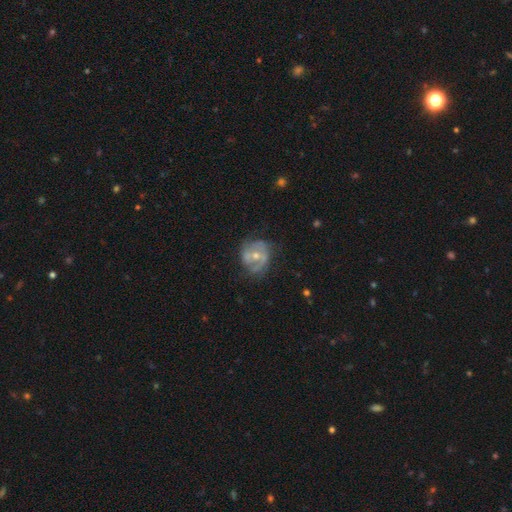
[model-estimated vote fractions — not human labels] Q: Smooth or featured?
A: featured or disk (72%); runner-up: smooth (21%)
Q: Edge-on disk?
A: no (97%); runner-up: yes (3%)
Q: Bar?
A: no (51%); runner-up: weak (36%)
Q: Spiral arms?
A: yes (77%); runner-up: no (23%)
Q: Spiral winding?
A: medium (43%); runner-up: tight (34%)
Q: Spiral arm count?
A: 2 (52%); runner-up: can't tell (23%)
Q: Bulge size?
A: moderate (57%); runner-up: small (39%)
Q: Merging?
A: none (58%); runner-up: minor disturbance (26%)